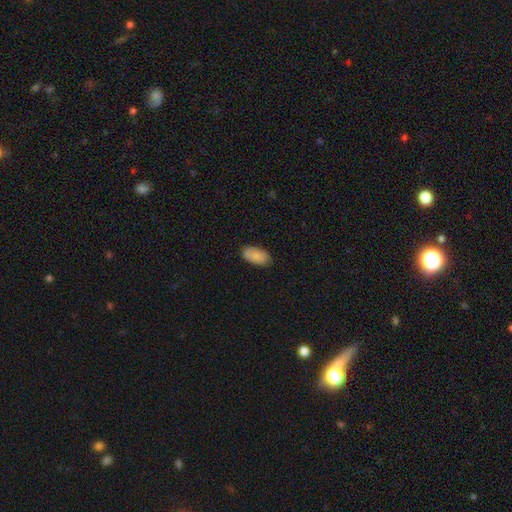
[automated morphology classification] Smooth or featured? Predicted: smooth (p=0.86). How rounded? Predicted: in between (p=0.94). Merging? Predicted: none (p=0.85).